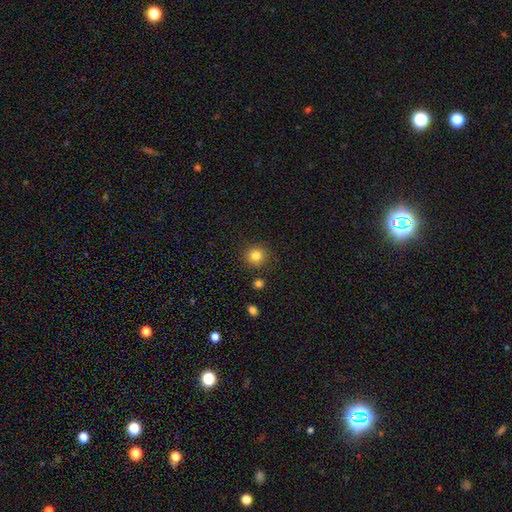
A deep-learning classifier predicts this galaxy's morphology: A smooth galaxy with no disk features (83%) that is round (90%).

Vote fractions:
- Smooth or featured? smooth: 83% / star or artifact: 11% / featured or disk: 6%
- How rounded? round: 90% / in between: 9% / cigar-shaped: 1%
- Merging? none: 87% / minor disturbance: 7% / merger: 3% / major disturbance: 2%